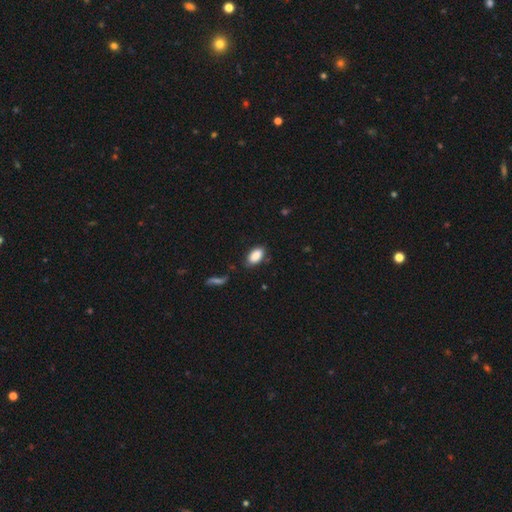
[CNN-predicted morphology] This appears to be a smooth galaxy with no disk features (88%) that is in between round and cigar-shaped (93%). Merging: none (80%).